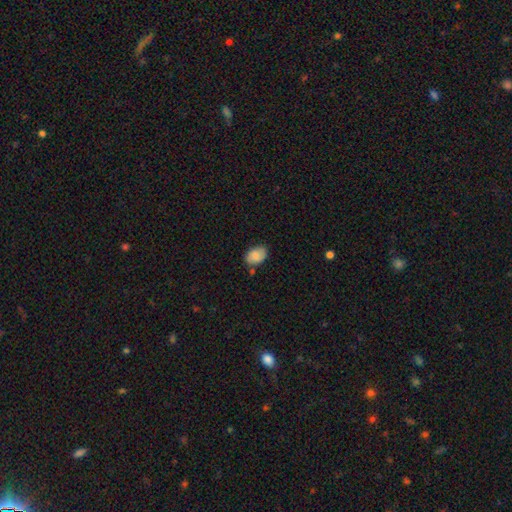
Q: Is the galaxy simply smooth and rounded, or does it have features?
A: smooth — 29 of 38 (76%).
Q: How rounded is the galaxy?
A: in between — 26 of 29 (90%).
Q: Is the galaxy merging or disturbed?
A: none — 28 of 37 (76%).